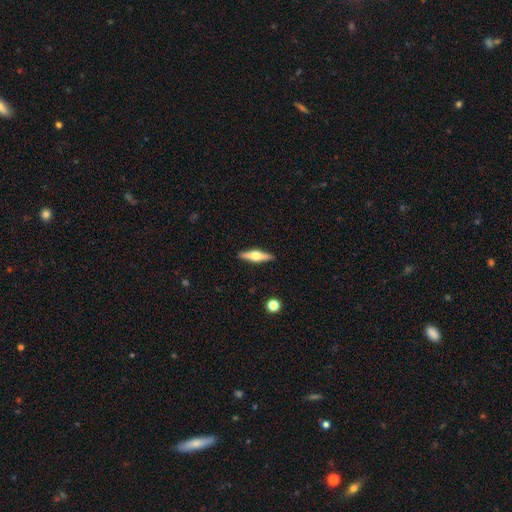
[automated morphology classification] Smooth or featured? featured or disk (61%)
Edge-on disk? yes (96%)
Edge-on bulge? rounded (93%)
Merging? none (90%)